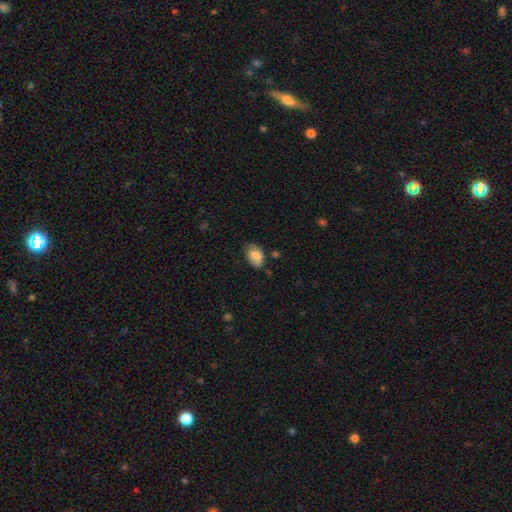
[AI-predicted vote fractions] A smooth galaxy with no disk features (75%) that is in between round and cigar-shaped (87%). Merging: none (57%).